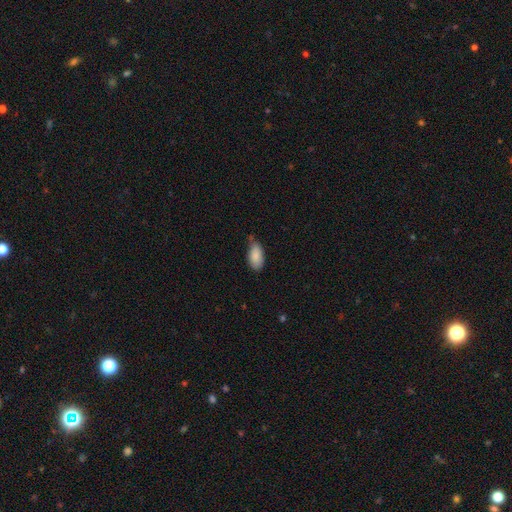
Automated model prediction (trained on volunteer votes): The model was most divided on "merging": none: 61%, minor disturbance: 31%, major disturbance: 5%, merger: 4%. More confident: how rounded — in between (94%); smooth or featured — smooth (87%).